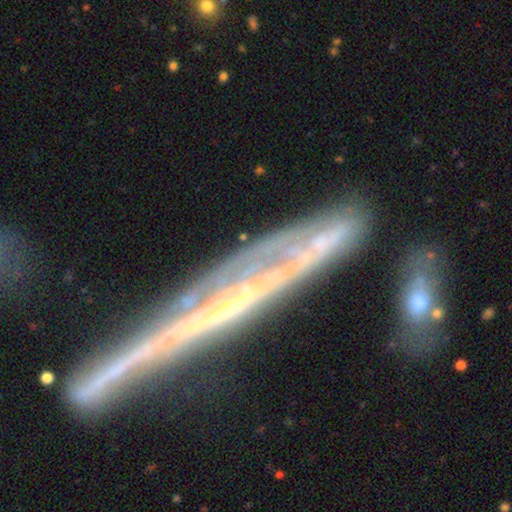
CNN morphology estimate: The model was most divided on "merging": none: 47%, minor disturbance: 23%, major disturbance: 17%, merger: 13%. More confident: smooth or featured — featured or disk (78%); edge-on disk — yes (71%); edge-on bulge — none (68%).